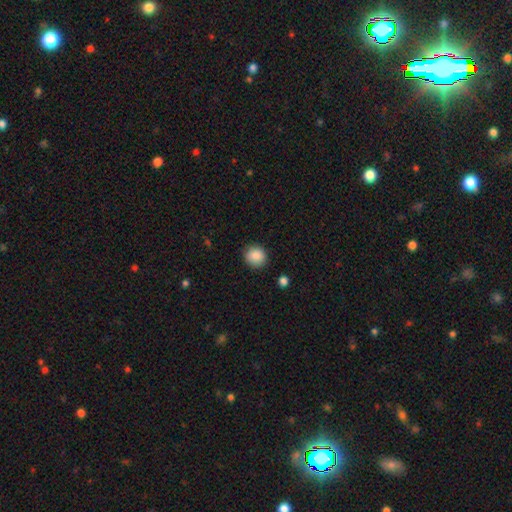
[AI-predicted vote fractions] The model was most divided on "how rounded": round: 84%, in between: 15%, cigar-shaped: 1%. More confident: smooth or featured — smooth (88%); merging — none (88%).